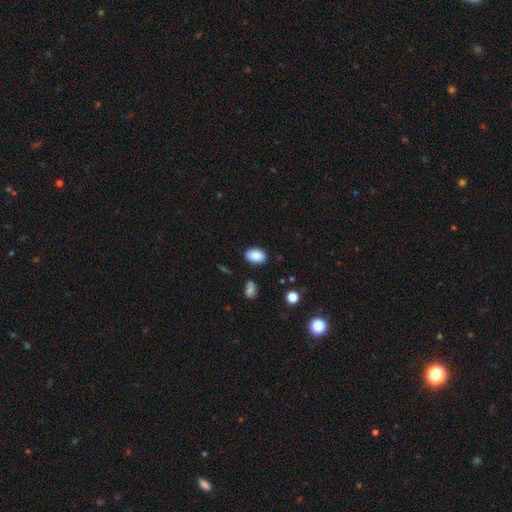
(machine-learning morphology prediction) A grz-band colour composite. It shows a smooth galaxy with no disk features (88%) that is in between round and cigar-shaped (88%). Merging: none (86%).